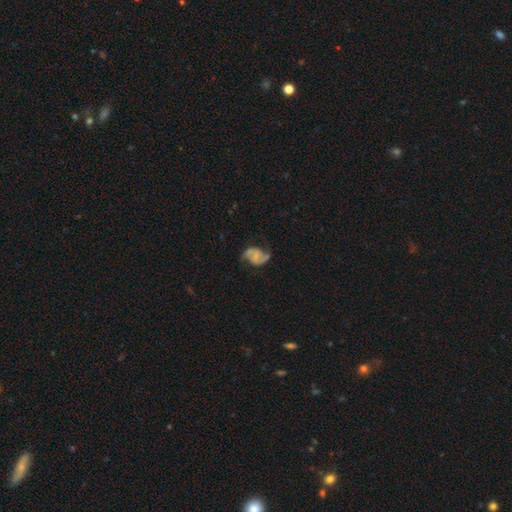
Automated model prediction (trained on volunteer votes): Morphology: type=featured or disk (80%); edge-on=no (98%); bar=no (48%); spiral arms=yes (94%); winding=medium (45%); arm count=2 (91%); bulge=small (46%); merging=none (67%).